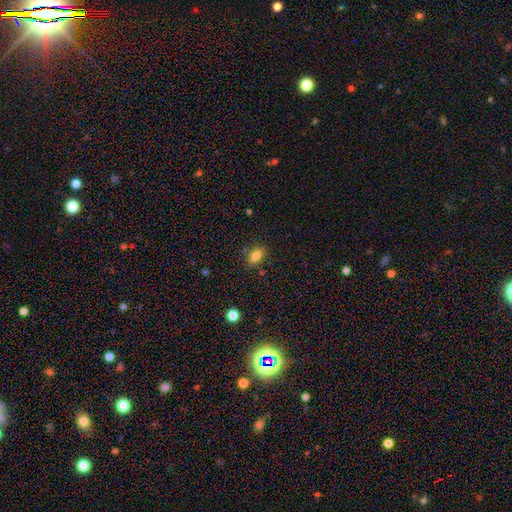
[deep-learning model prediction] Smooth or featured? Predicted: smooth (p=0.83). How rounded? Predicted: in between (p=0.85). Merging? Predicted: none (p=0.81).